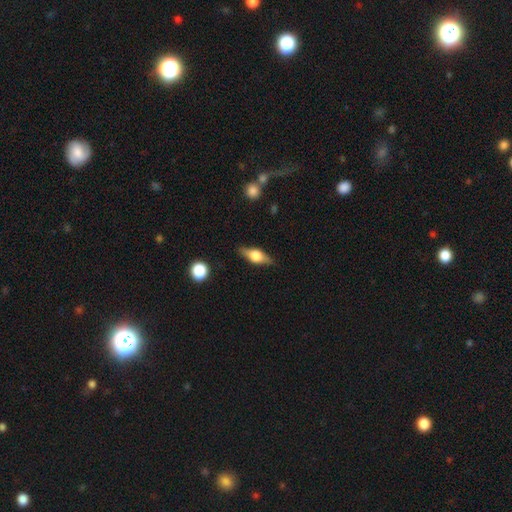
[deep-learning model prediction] Smooth or featured: featured or disk — 54% (smooth — 39%)
Edge-on disk: yes — 92% (no — 8%)
Merging: none — 84% (minor disturbance — 12%)